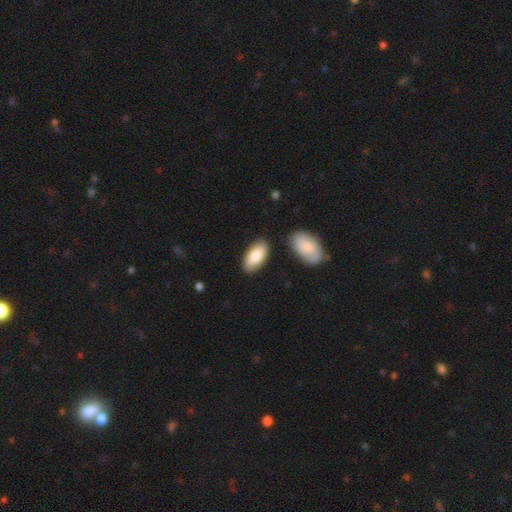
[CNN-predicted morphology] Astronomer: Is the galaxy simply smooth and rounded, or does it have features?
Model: smooth — 84%.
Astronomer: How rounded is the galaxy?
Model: in between — 91%.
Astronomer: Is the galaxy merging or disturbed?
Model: none — 83%.